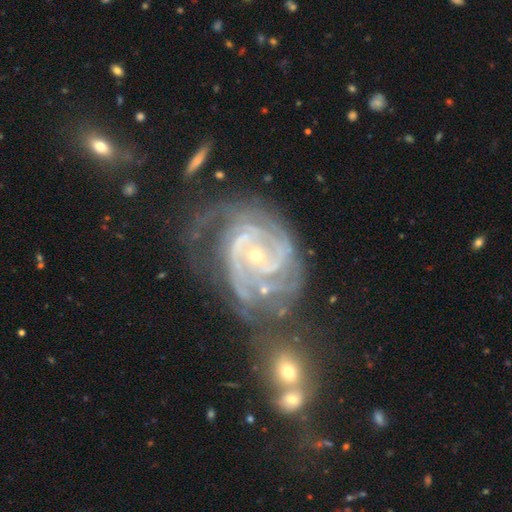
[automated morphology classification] This appears to be a featured or disk galaxy (91%) with no bar (56%), 2 (28%) tight (65%) spiral arms (98%) and a small central bulge (74%). Merging: none (40%).